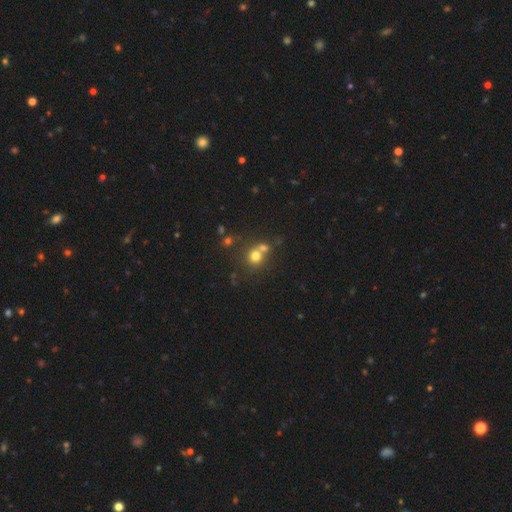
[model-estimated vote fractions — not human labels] Smooth or featured? Predicted: smooth (p=0.71). How rounded? Predicted: round (p=0.84). Merging? Predicted: none (p=0.46).